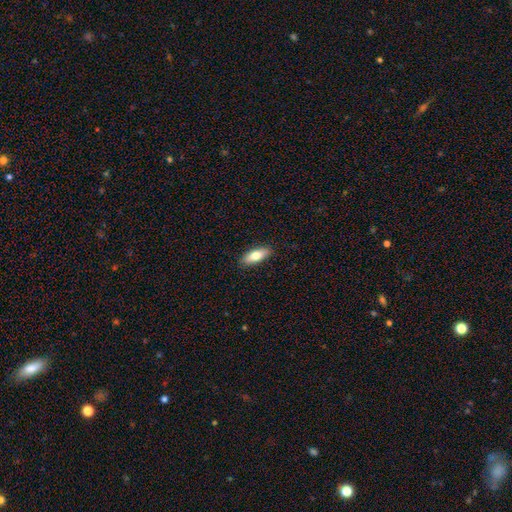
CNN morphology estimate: Smooth or featured? smooth (76%)
How rounded? in between (68%)
Merging? none (89%)